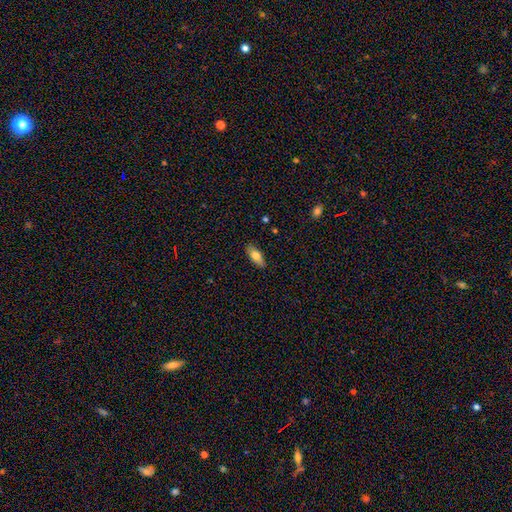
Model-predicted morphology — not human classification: Smooth or featured: smooth — 76% (featured or disk — 17%)
How rounded: in between — 79% (cigar-shaped — 19%)
Merging: none — 87% (minor disturbance — 10%)